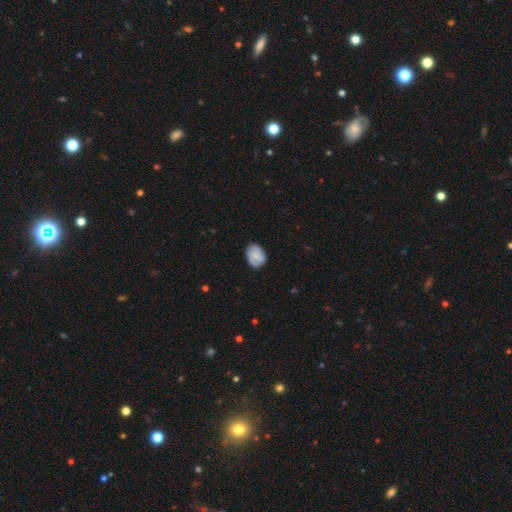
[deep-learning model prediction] A smooth galaxy with no disk features (70%) that is in between round and cigar-shaped (65%).

Vote fractions:
- Smooth or featured? smooth: 70% / featured or disk: 23% / star or artifact: 7%
- How rounded? in between: 65% / round: 34% / cigar-shaped: 1%
- Merging? none: 78% / minor disturbance: 17% / major disturbance: 3% / merger: 1%